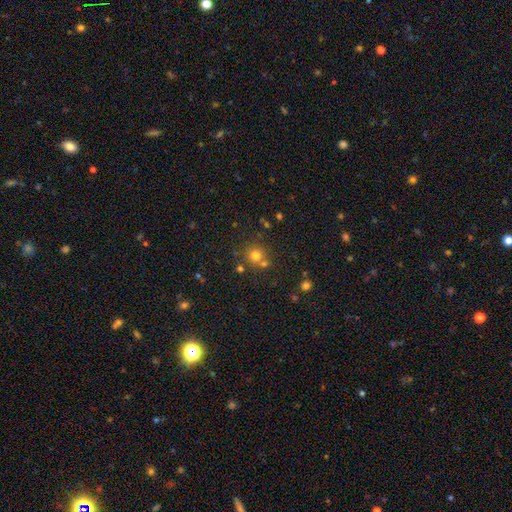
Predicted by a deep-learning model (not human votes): Morphology: type=smooth (73%); roundness=round (91%); merging=none (68%).